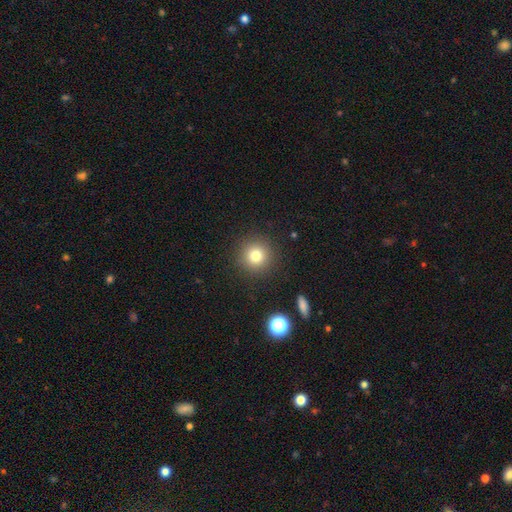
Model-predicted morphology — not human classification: This appears to be a smooth galaxy with no disk features (79%) that is round (95%). Merging: none (90%).